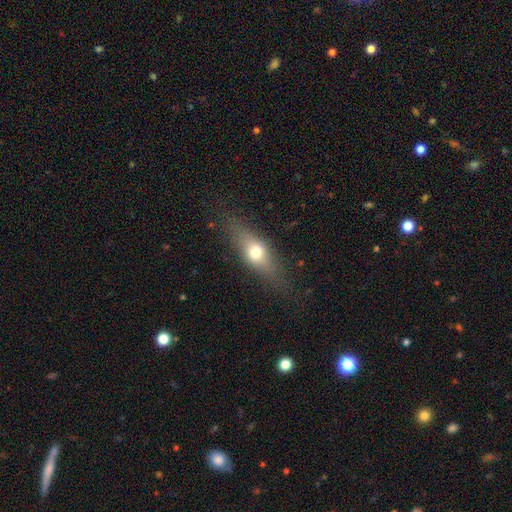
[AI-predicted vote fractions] This is possibly a smooth galaxy (55%). How rounded: possibly in between (50%). Merging: clearly none (81%).